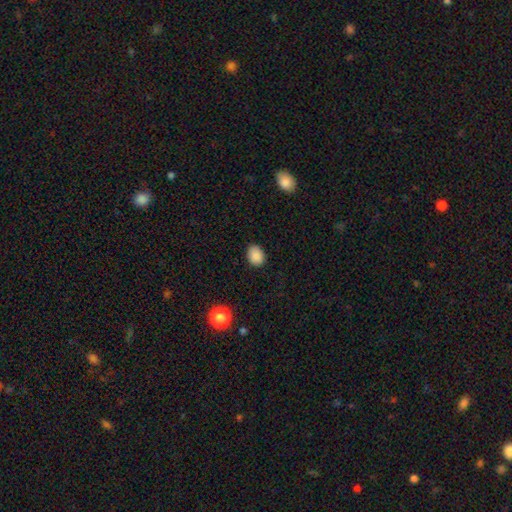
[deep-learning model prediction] Smooth or featured? Predicted: smooth (p=0.87). How rounded? Predicted: in between (p=0.58). Merging? Predicted: none (p=0.85).